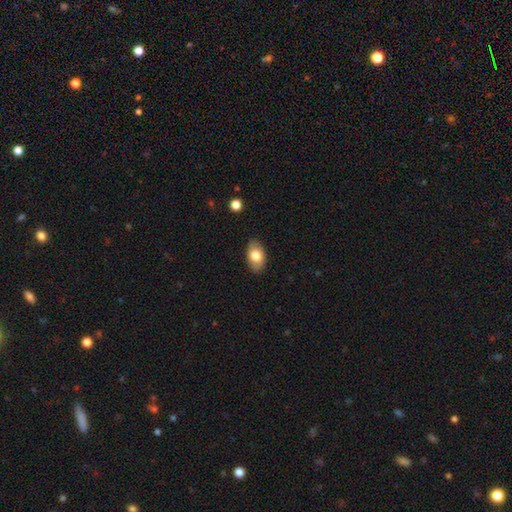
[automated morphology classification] smooth 74%, featured or disk 19%, star or artifact 6%. Down the decision tree: how rounded — in between (92%); merging — none (85%).